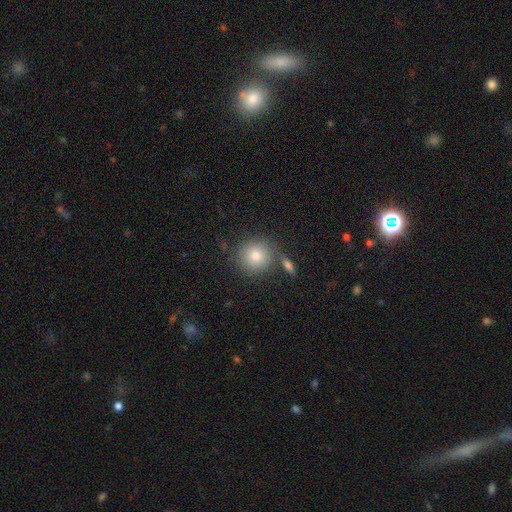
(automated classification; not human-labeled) smooth_or_featured: smooth (p=0.80) [alt: star or artifact p=0.10]
how_rounded: round (p=0.91) [alt: in between p=0.07]
merging: none (p=0.76) [alt: merger p=0.12]